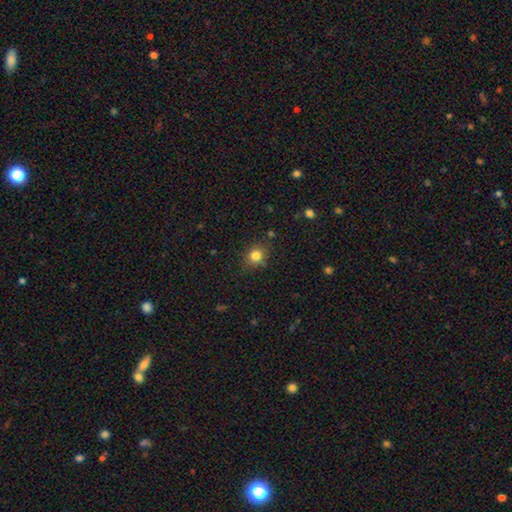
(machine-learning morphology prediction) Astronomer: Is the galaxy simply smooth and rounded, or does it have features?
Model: smooth — 81%.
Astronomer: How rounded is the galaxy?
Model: round — 75%.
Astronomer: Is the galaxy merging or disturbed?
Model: none — 82%.